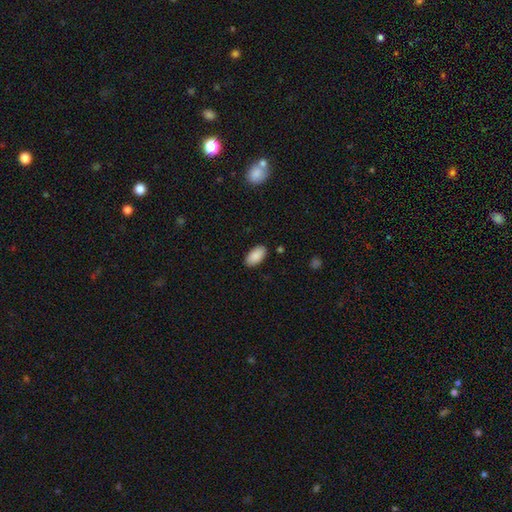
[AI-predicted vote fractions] Smooth or featured?
  - smooth: 90% *
  - star or artifact: 6%
  - featured or disk: 4%
How rounded?
  - in between: 95% *
  - cigar-shaped: 3%
  - round: 2%
Merging?
  - none: 88% *
  - minor disturbance: 9%
  - major disturbance: 2%
  - merger: 1%